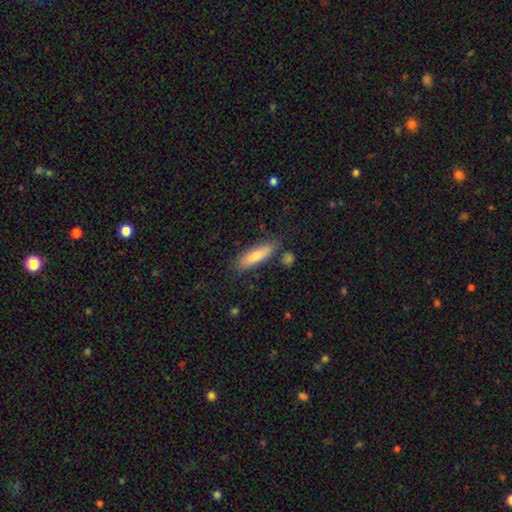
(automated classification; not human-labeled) Smooth or featured? smooth (70%)
How rounded? cigar-shaped (70%)
Merging? none (82%)